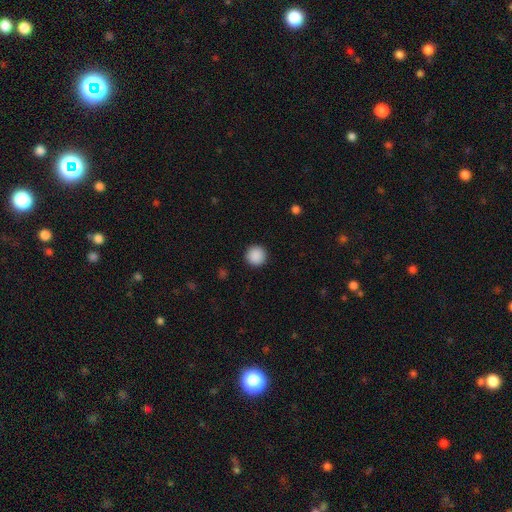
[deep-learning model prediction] A smooth galaxy with no disk features (89%) that is round (96%).

Vote fractions:
- Smooth or featured? smooth: 89% / star or artifact: 9% / featured or disk: 2%
- How rounded? round: 96% / in between: 3% / cigar-shaped: 1%
- Merging? none: 93% / minor disturbance: 4% / major disturbance: 2% / merger: 1%